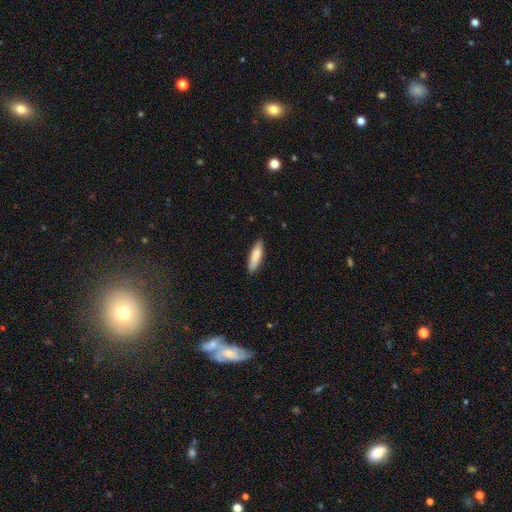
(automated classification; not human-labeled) Smooth or featured: smooth — 85% (featured or disk — 9%)
How rounded: cigar-shaped — 64% (in between — 35%)
Merging: none — 88% (minor disturbance — 9%)